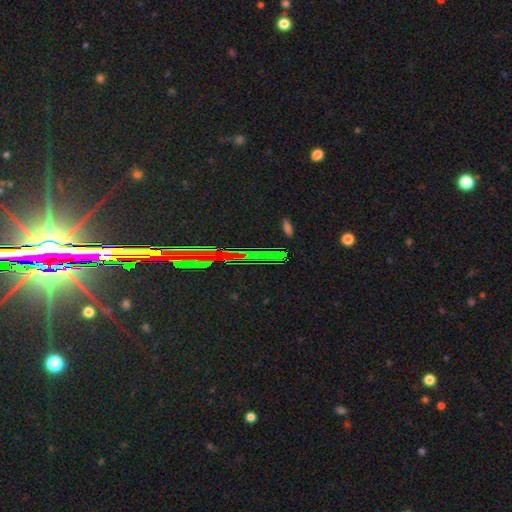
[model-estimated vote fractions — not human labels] Smooth or featured? Predicted: star or artifact (p=0.78).